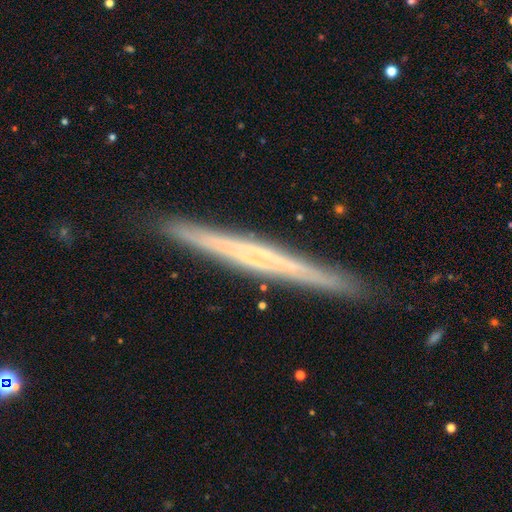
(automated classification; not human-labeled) Overall: featured or disk (63%; smooth 30%). Edge-on disk: yes (97%). Edge-on bulge: none (78%). Merging: none (90%).